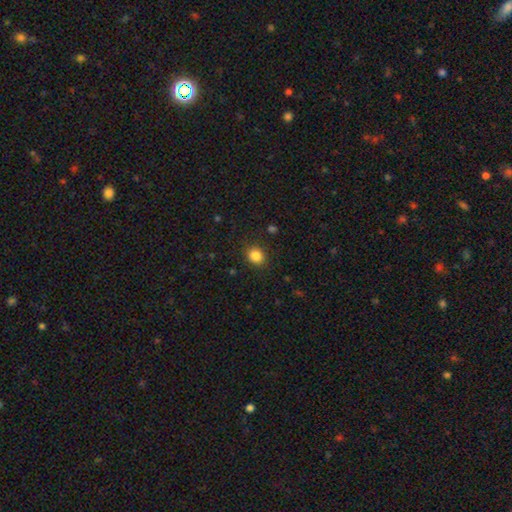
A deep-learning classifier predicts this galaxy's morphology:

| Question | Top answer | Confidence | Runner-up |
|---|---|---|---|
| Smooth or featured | smooth | 85% | star or artifact (11%) |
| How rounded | round | 64% | in between (35%) |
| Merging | none | 88% | minor disturbance (9%) |